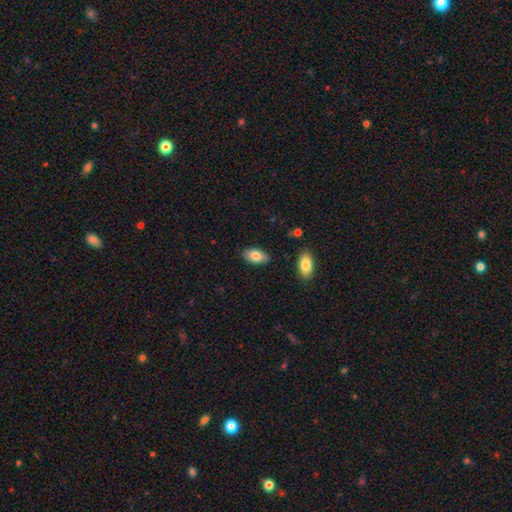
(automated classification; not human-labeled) smooth-or-featured: smooth: 80% | featured or disk: 14% | star or artifact: 7%
  how-rounded: in between: 94% | round: 3% | cigar-shaped: 3%
  merging: none: 85% | minor disturbance: 11% | major disturbance: 2% | merger: 2%